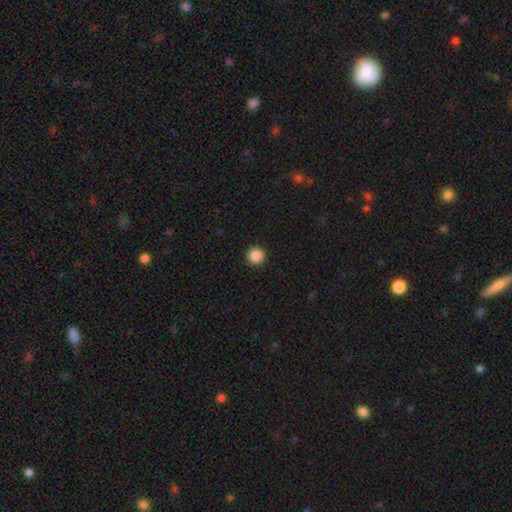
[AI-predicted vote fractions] Smooth or featured? Predicted: smooth (p=0.88). How rounded? Predicted: round (p=0.96). Merging? Predicted: none (p=0.94).